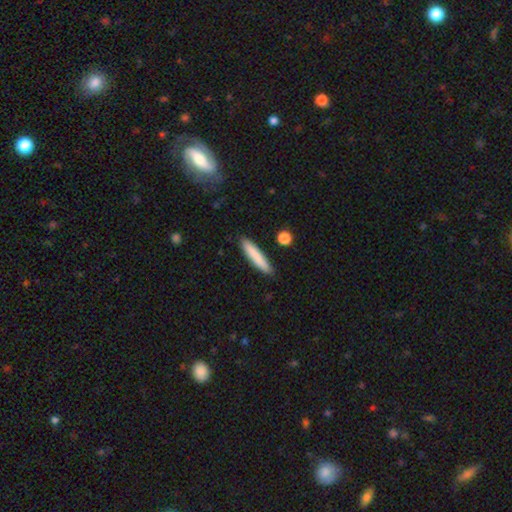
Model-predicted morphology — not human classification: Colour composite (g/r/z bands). It shows a smooth galaxy with no disk features (82%) that is cigar-shaped (90%). Merging: none (89%).